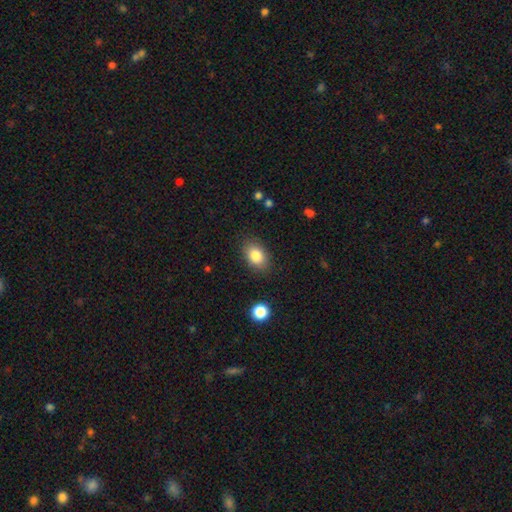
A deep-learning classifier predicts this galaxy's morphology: A smooth galaxy with no disk features (84%) that is in between round and cigar-shaped (79%).

Vote fractions:
- Smooth or featured? smooth: 84% / star or artifact: 8% / featured or disk: 8%
- How rounded? in between: 79% / round: 19% / cigar-shaped: 1%
- Merging? none: 85% / minor disturbance: 11% / major disturbance: 3% / merger: 1%